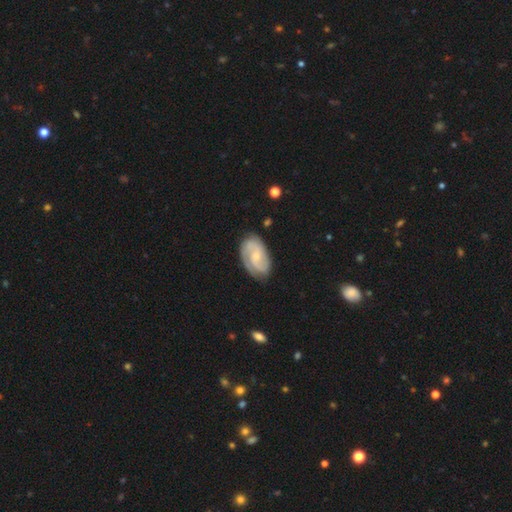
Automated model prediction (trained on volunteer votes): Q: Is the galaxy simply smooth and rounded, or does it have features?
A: featured or disk — 78%.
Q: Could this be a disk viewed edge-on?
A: no — 97%.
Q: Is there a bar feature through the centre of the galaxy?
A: no — 57%.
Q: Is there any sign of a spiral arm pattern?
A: yes — 95%.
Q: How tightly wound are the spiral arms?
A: tight — 49%.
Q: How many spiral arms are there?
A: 2 — 56%.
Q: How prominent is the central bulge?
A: small — 68%.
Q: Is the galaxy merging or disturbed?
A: none — 74%.